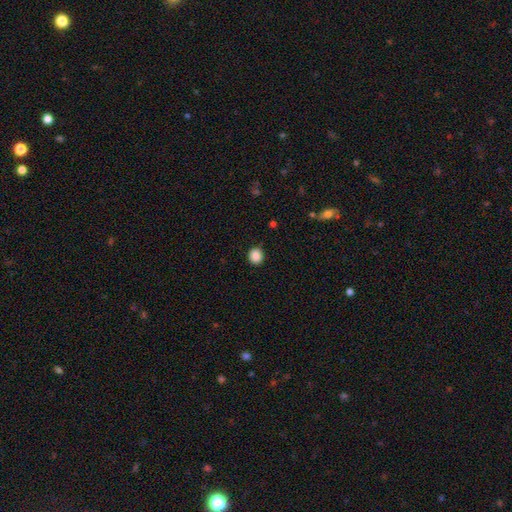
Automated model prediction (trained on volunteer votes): This is clearly a smooth galaxy (88%). How rounded: clearly round (84%). Merging: clearly none (89%).